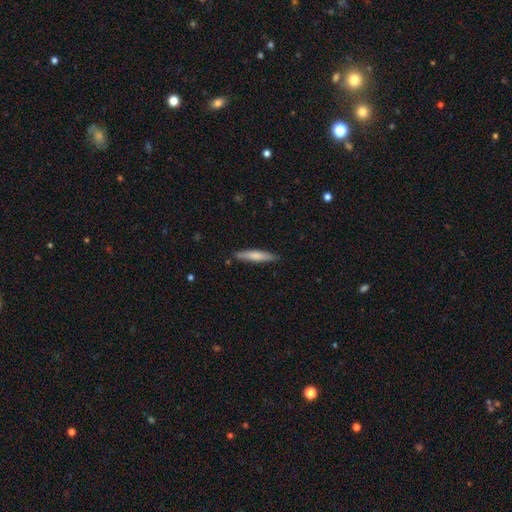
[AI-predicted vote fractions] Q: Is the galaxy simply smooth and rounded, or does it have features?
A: smooth — 71%.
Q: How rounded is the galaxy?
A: cigar-shaped — 89%.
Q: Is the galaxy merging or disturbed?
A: none — 85%.